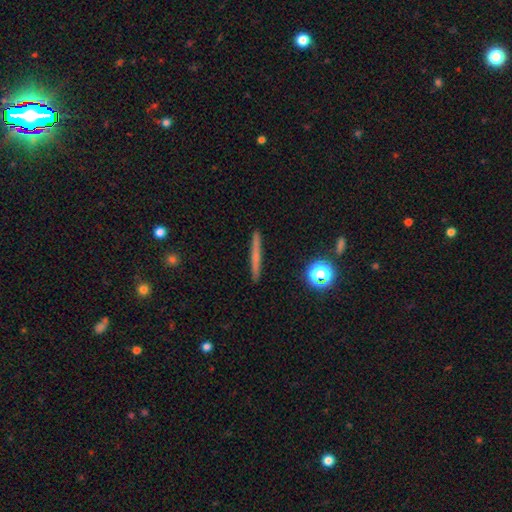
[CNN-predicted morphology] A smooth galaxy with no disk features (57%) that is cigar-shaped (94%).

Vote fractions:
- Smooth or featured? smooth: 57% / featured or disk: 34% / star or artifact: 10%
- How rounded? cigar-shaped: 94% / round: 3% / in between: 3%
- Merging? none: 92% / minor disturbance: 6% / major disturbance: 1% / merger: 1%